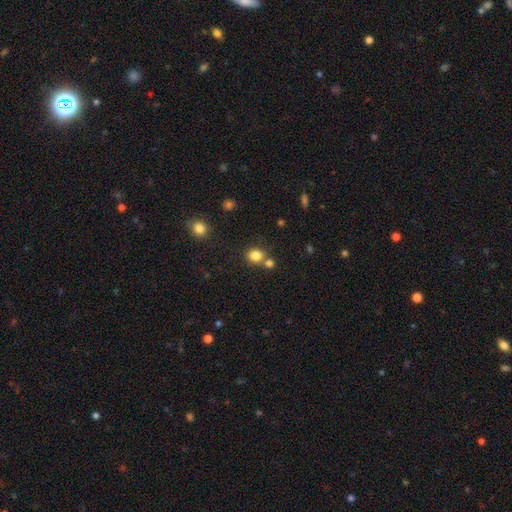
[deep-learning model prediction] Overall: smooth (82%). How rounded: round (75%). Merging: none (63%; merger 25%).